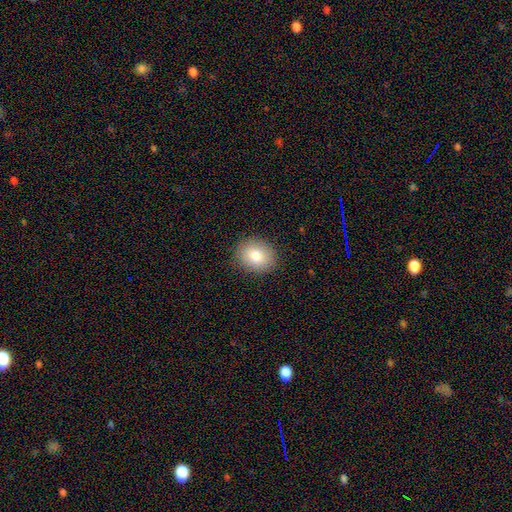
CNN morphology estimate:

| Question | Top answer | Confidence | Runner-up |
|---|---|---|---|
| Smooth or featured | smooth | 81% | featured or disk (10%) |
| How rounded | round | 50% | in between (49%) |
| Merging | none | 89% | minor disturbance (8%) |